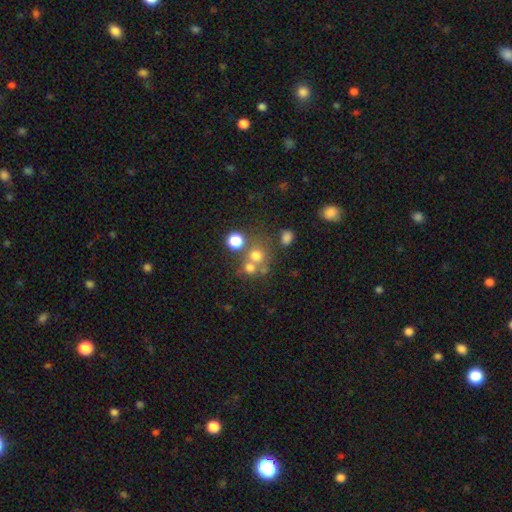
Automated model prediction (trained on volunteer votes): Smooth or featured?
  - smooth: 65% *
  - star or artifact: 19%
  - featured or disk: 16%
How rounded?
  - round: 82% *
  - in between: 17%
  - cigar-shaped: 1%
Merging?
  - none: 49% *
  - merger: 36%
  - minor disturbance: 9%
  - major disturbance: 6%